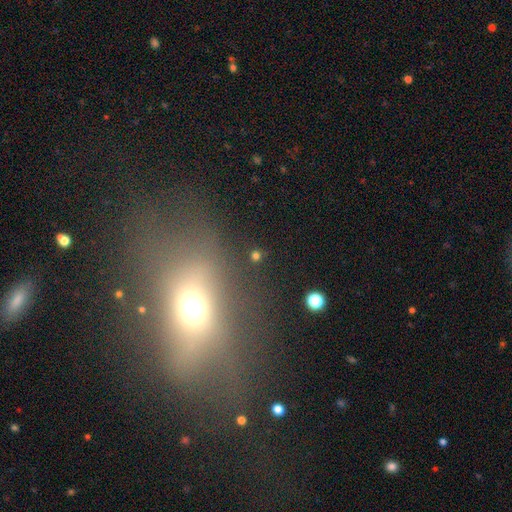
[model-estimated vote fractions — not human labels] A smooth galaxy with no disk features (68%) that is round (88%). Merging: none (86%).